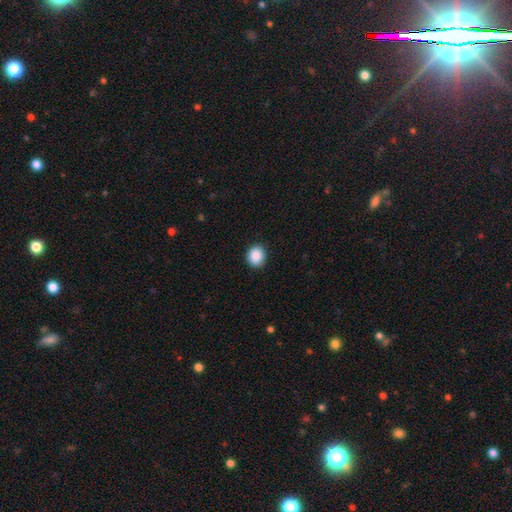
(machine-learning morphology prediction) This is clearly a smooth galaxy (89%). How rounded: likely round (72%). Merging: clearly none (90%).